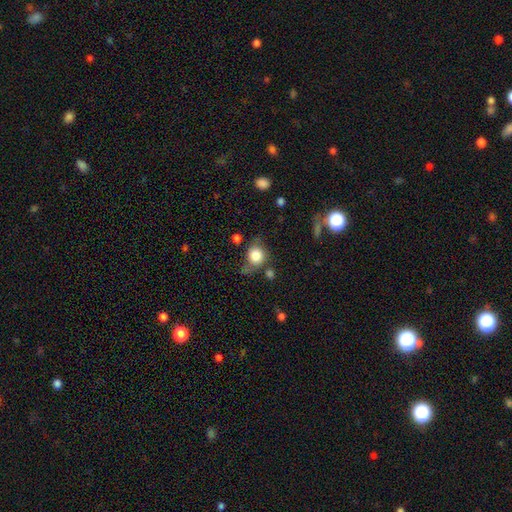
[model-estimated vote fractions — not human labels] A smooth galaxy with no disk features (79%) that is round (71%). Merging: none (52%).